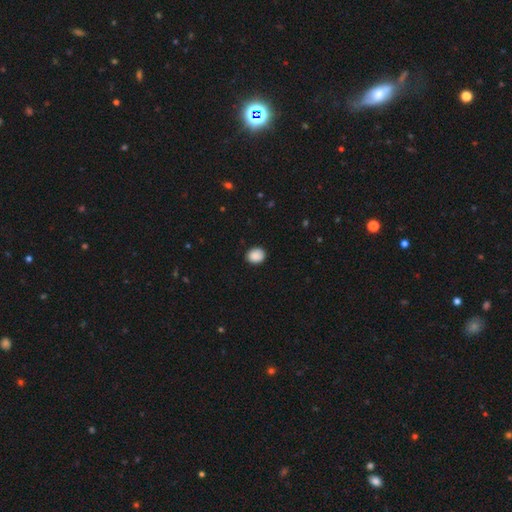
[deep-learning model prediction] Smooth or featured? smooth (89%)
How rounded? round (61%)
Merging? none (88%)